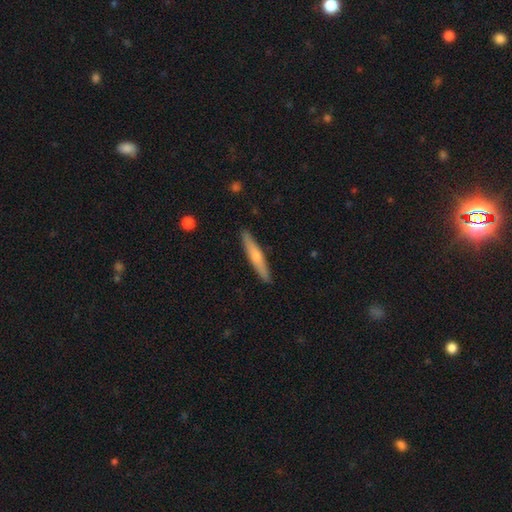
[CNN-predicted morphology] A smooth galaxy with no disk features (52%) that is cigar-shaped (93%). Merging: none (91%).